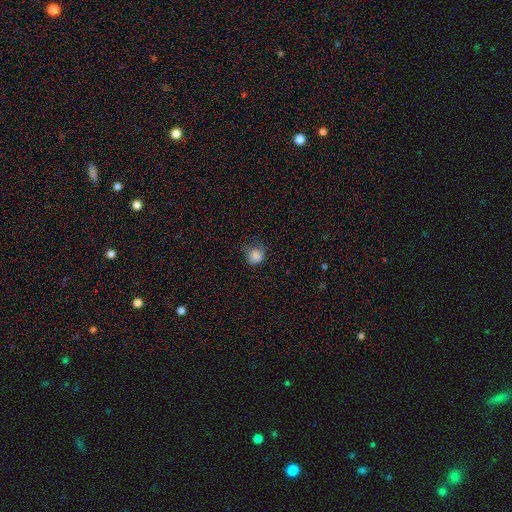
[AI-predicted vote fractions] This is clearly a smooth galaxy (85%). How rounded: clearly round (84%). Merging: possibly none (59%).